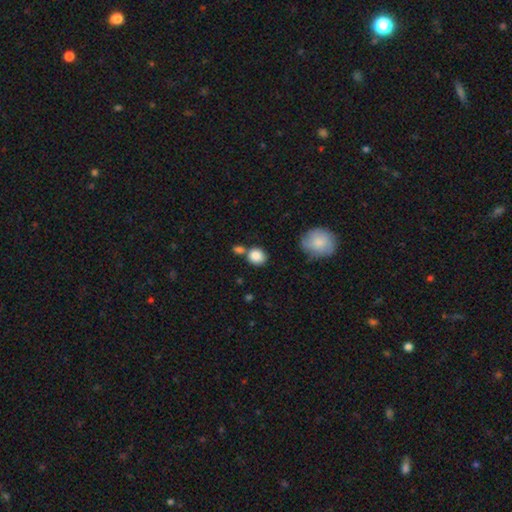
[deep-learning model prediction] smooth 87%, star or artifact 8%, featured or disk 5%. Down the decision tree: how rounded — round (72%); merging — none (59%).